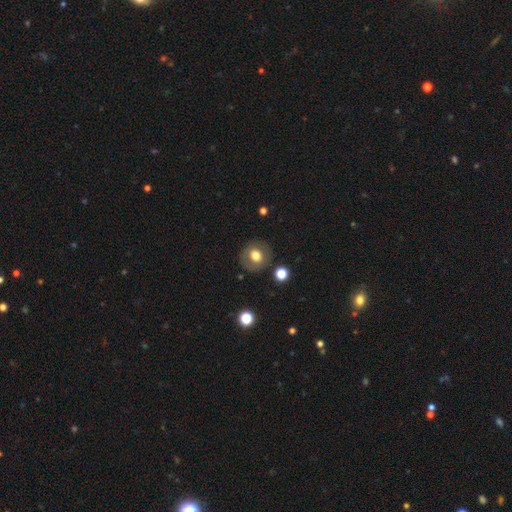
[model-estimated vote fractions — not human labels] smooth 67%, featured or disk 24%, star or artifact 9%. Down the decision tree: how rounded — round (82%); merging — none (84%).